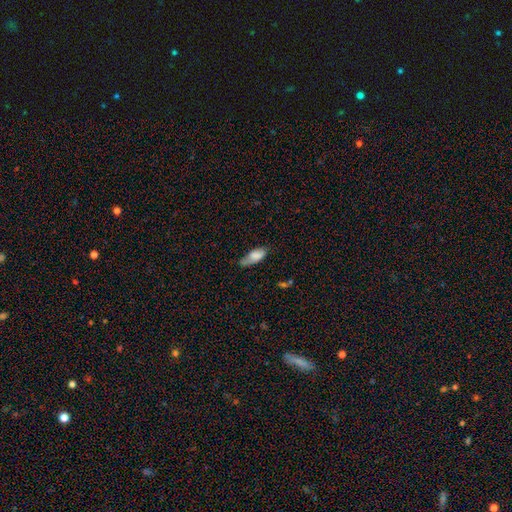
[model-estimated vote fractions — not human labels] smooth_or_featured: smooth (p=0.78) [alt: featured or disk p=0.15]
how_rounded: in between (p=0.81) [alt: cigar-shaped p=0.17]
merging: none (p=0.42) [alt: minor disturbance p=0.39]